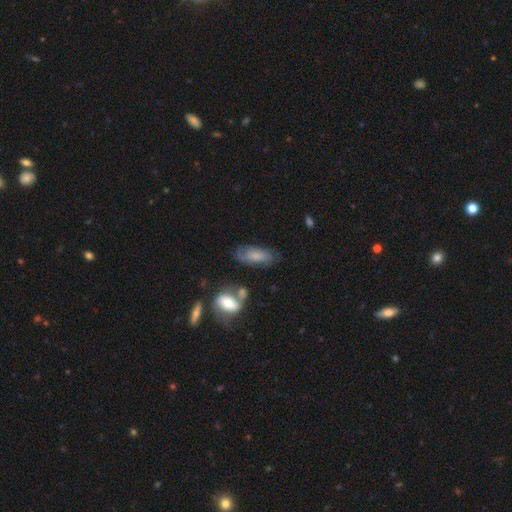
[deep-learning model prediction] This appears to be a smooth galaxy with no disk features (60%) that is in between round and cigar-shaped (79%). Merging: none (63%).